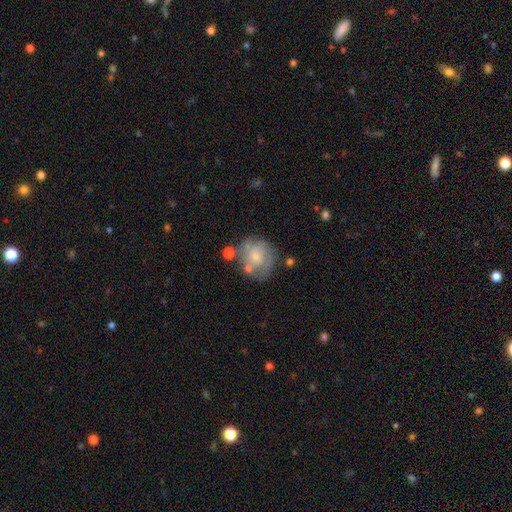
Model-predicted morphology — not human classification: This is possibly a featured or disk galaxy (51%). It is clearly not viewed edge-on (98%). Merging: possibly none (56%).